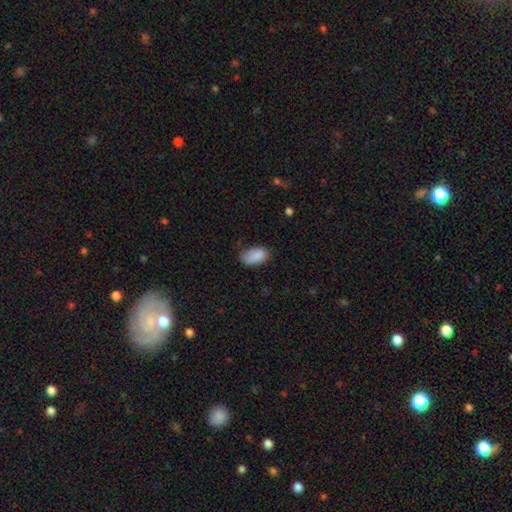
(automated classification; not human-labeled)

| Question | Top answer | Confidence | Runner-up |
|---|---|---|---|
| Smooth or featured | smooth | 88% | star or artifact (7%) |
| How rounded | in between | 94% | round (4%) |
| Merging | none | 64% | minor disturbance (28%) |